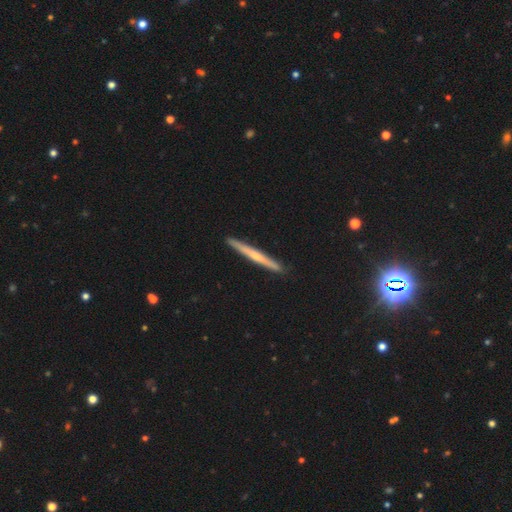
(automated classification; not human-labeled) This is possibly a featured or disk galaxy (57%). It is clearly viewed edge-on (97%). Edge-on bulge: possibly rounded (54%). Merging: clearly none (92%).